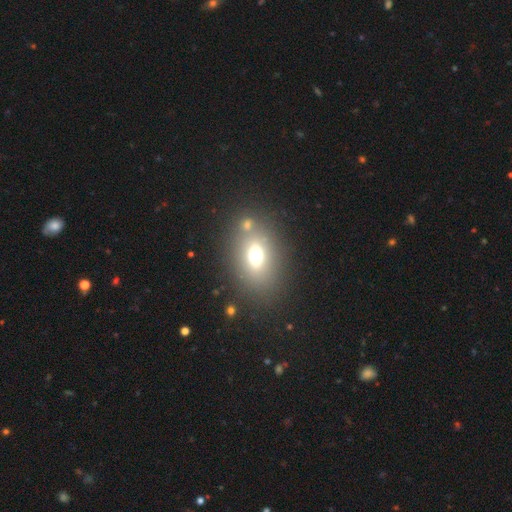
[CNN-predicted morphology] Smooth or featured? smooth (65%)
How rounded? in between (67%)
Merging? none (69%)